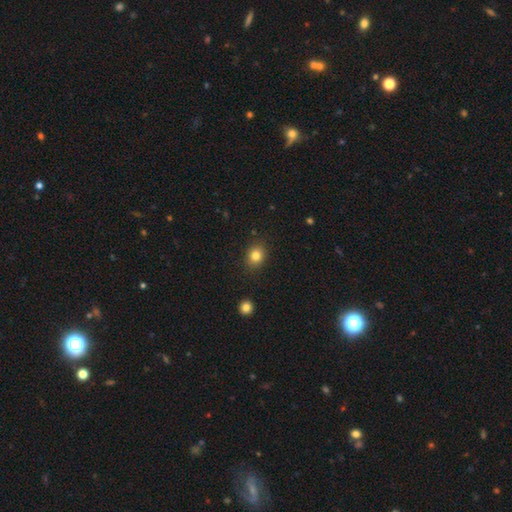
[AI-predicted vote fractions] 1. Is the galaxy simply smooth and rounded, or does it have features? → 81% smooth, 11% star or artifact, 7% featured or disk.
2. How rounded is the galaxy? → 57% round, 42% in between, 1% cigar-shaped.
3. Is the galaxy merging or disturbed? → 87% none, 9% minor disturbance, 2% major disturbance, 1% merger.